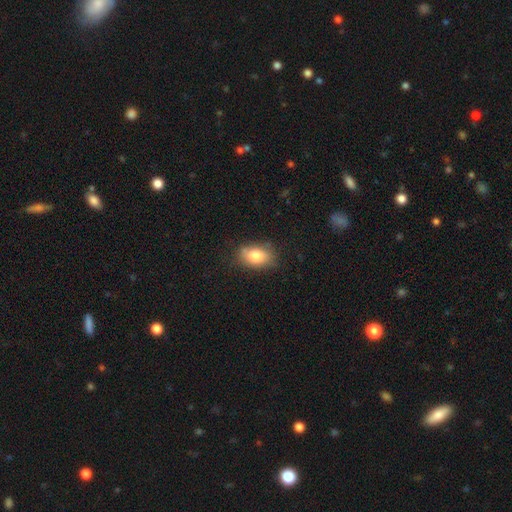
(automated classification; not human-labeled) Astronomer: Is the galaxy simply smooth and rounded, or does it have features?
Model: smooth — 82%.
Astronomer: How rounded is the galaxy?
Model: in between — 85%.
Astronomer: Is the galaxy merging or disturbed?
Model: none — 71%.